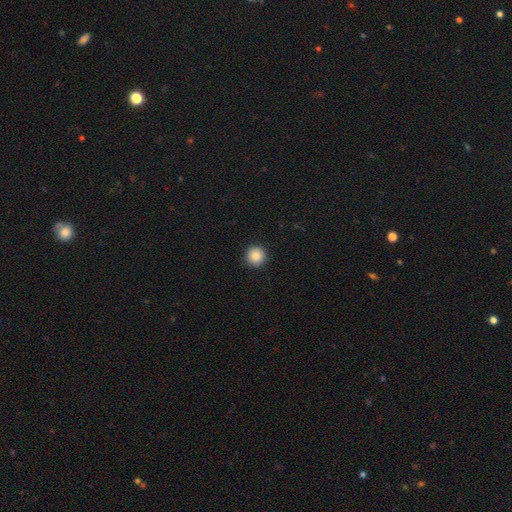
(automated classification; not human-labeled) The model was most divided on "smooth or featured": smooth: 87%, star or artifact: 9%, featured or disk: 4%. More confident: how rounded — round (95%); merging — none (92%).